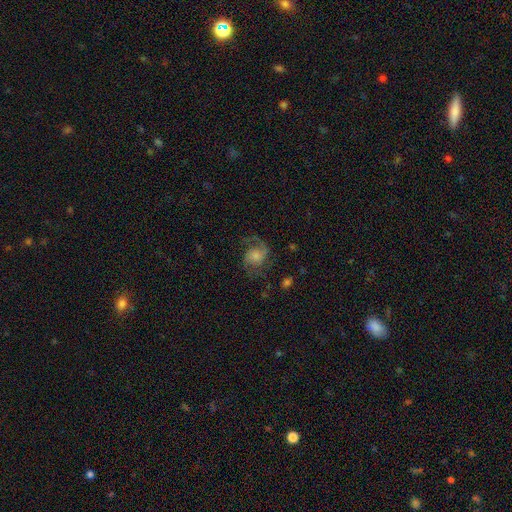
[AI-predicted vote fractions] A featured or disk galaxy (79%) with no bar (65%), 2 (77%) medium (50%) spiral arms (95%) and a small central bulge (44%). Merging: none (67%).